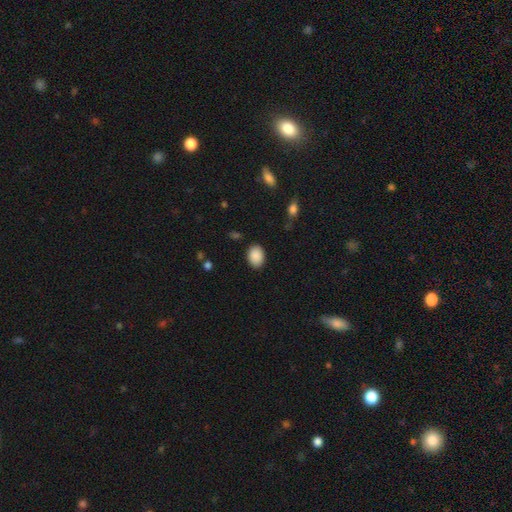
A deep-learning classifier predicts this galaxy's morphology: A smooth galaxy with no disk features (90%) that is in between round and cigar-shaped (72%). Merging: none (87%).